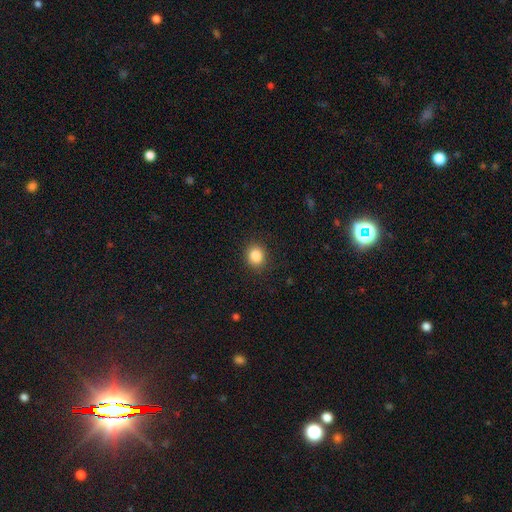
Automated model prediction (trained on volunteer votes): Smooth or featured: smooth — 85% (star or artifact — 10%)
How rounded: round — 80% (in between — 19%)
Merging: none — 90% (minor disturbance — 7%)